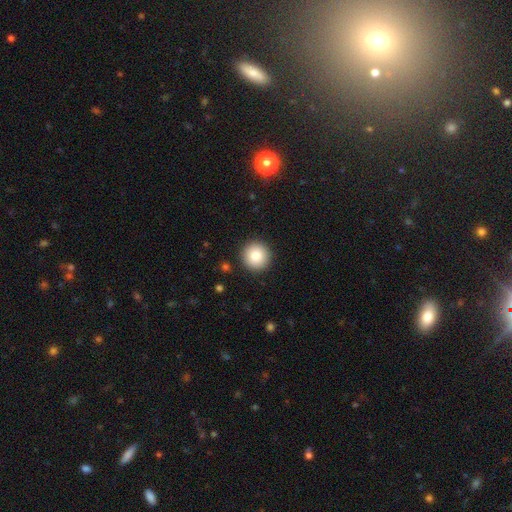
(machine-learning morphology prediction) Smooth or featured: smooth — 84% (star or artifact — 9%)
How rounded: round — 96% (in between — 3%)
Merging: none — 92% (minor disturbance — 5%)